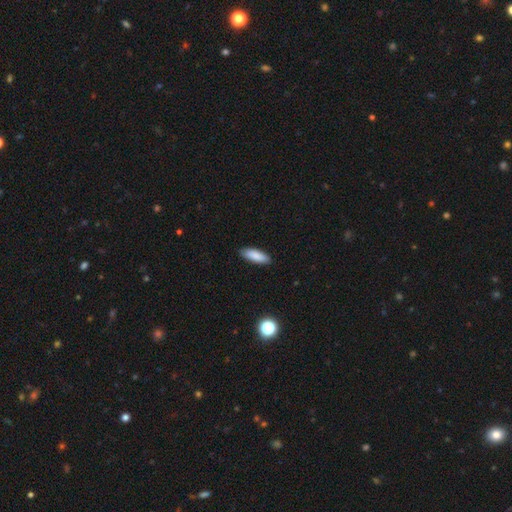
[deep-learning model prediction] The model was most divided on "how rounded": in between: 57%, cigar-shaped: 42%, round: 2%. More confident: merging — none (88%); smooth or featured — smooth (87%).